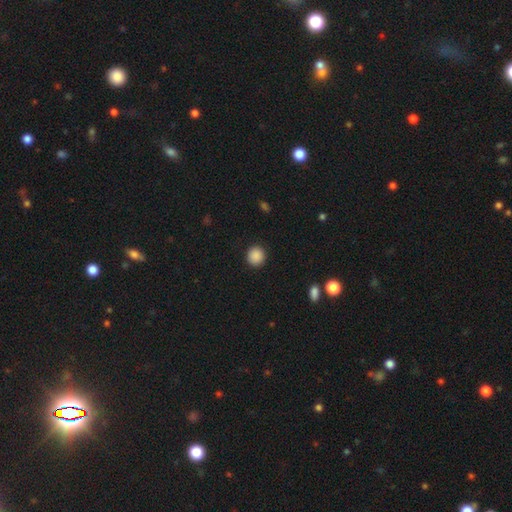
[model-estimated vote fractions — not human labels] Smooth or featured: smooth — 89% (star or artifact — 9%)
How rounded: round — 93% (in between — 6%)
Merging: none — 92% (minor disturbance — 5%)